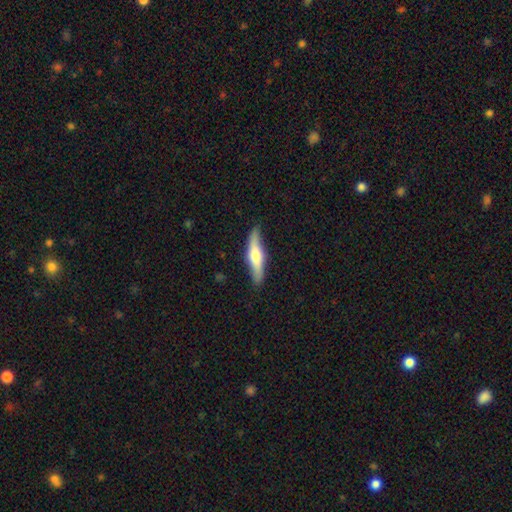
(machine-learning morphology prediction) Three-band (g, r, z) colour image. It shows a featured or disk galaxy (51%) viewed edge-on (83%). Merging: none (82%).